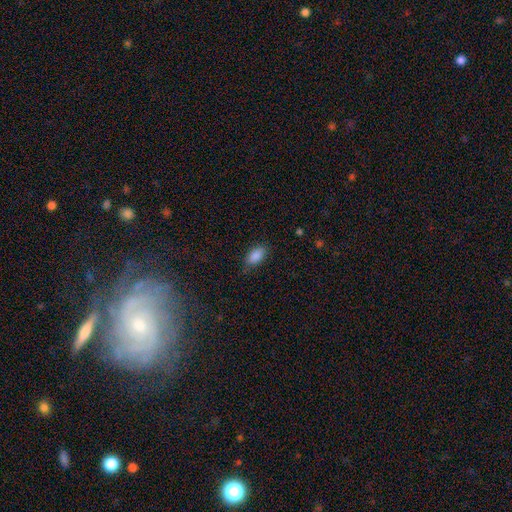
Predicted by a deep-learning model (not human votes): Morphology: type=smooth (88%); roundness=in between (92%); merging=none (79%).